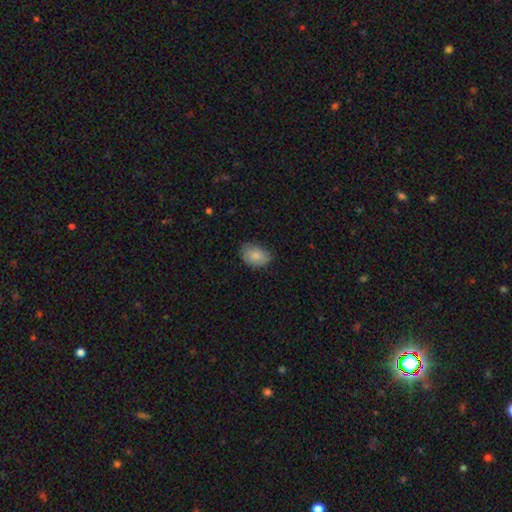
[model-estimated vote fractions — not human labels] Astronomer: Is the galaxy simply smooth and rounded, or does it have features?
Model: smooth — 85%.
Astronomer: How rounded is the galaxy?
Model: in between — 78%.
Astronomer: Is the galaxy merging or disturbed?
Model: none — 71%.